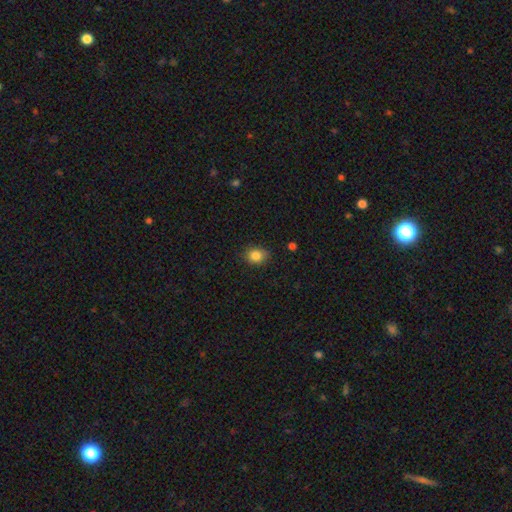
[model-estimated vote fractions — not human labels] smooth 84%, star or artifact 10%, featured or disk 6%. Down the decision tree: how rounded — round (56%); merging — none (80%).